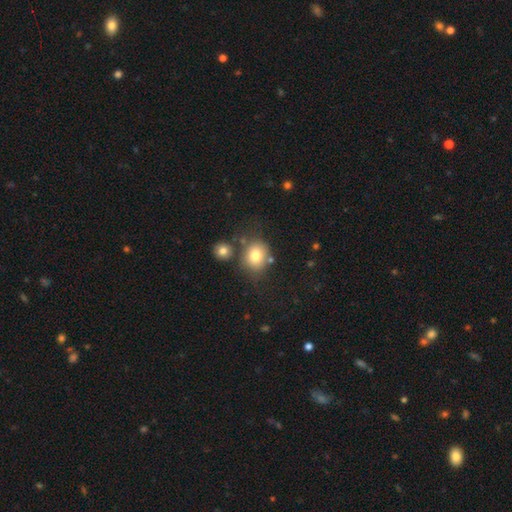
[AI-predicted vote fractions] This is likely a smooth galaxy (77%). How rounded: likely round (70%). Merging: likely none (69%).